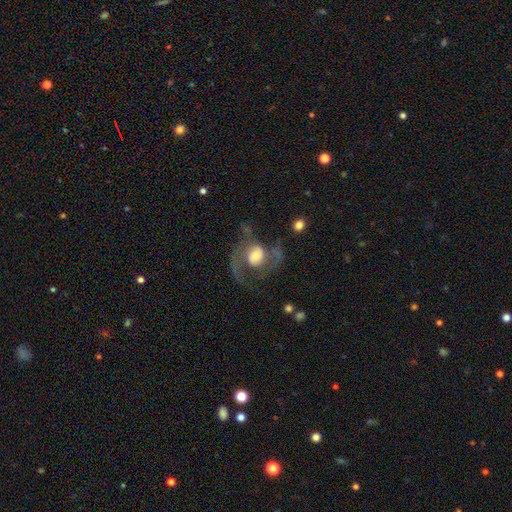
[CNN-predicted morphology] Smooth or featured?
  - featured or disk: 67% *
  - smooth: 26%
  - star or artifact: 7%
Edge-on disk?
  - no: 97% *
  - yes: 3%
Bar?
  - no: 68% *
  - weak: 26%
  - strong: 6%
Spiral arms?
  - yes: 81% *
  - no: 19%
Spiral winding?
  - medium: 45% *
  - loose: 40%
  - tight: 15%
Spiral arm count?
  - 2: 63% *
  - 1: 21%
  - can't tell: 10%
  - 3: 4%
  - 4: 2%
  - more than 4: 2%
Bulge size?
  - moderate: 46% *
  - large: 29%
  - small: 18%
  - dominant: 4%
  - none: 3%
Merging?
  - major disturbance: 41% *
  - none: 37%
  - minor disturbance: 16%
  - merger: 5%